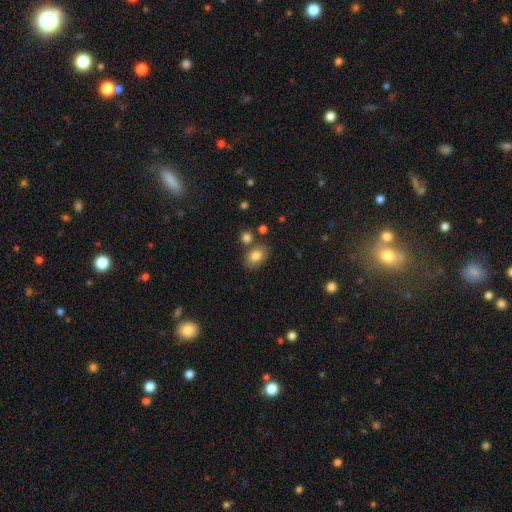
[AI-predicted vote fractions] Smooth or featured?
  - smooth: 81% *
  - featured or disk: 10%
  - star or artifact: 8%
How rounded?
  - in between: 82% *
  - round: 17%
  - cigar-shaped: 1%
Merging?
  - none: 71% *
  - minor disturbance: 14%
  - merger: 11%
  - major disturbance: 4%